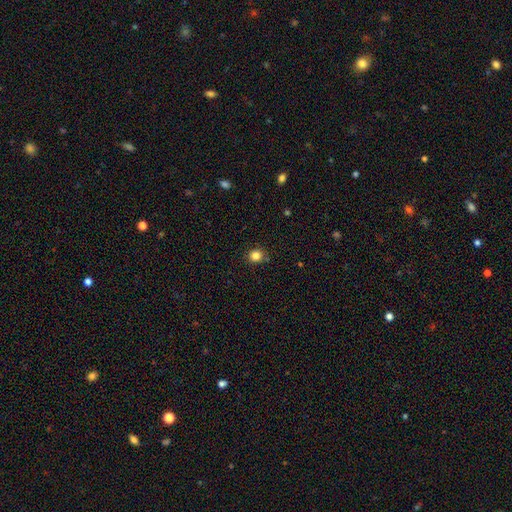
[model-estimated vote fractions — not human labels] Morphology: type=smooth (83%); roundness=round (87%); merging=none (88%).